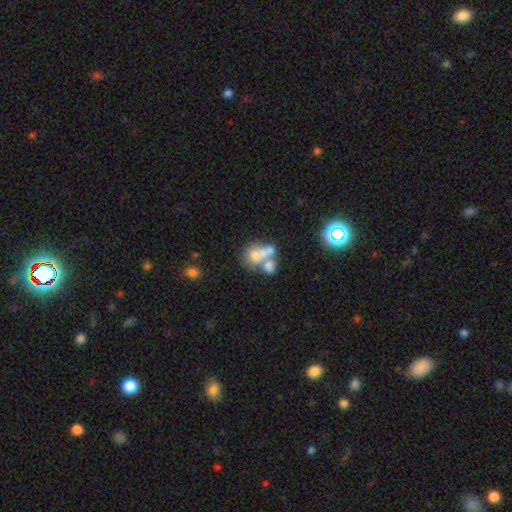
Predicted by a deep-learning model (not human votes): Overall: smooth (53%; featured or disk 34%). How rounded: round (50%; in between 48%). Merging: merger (60%; none 21%).